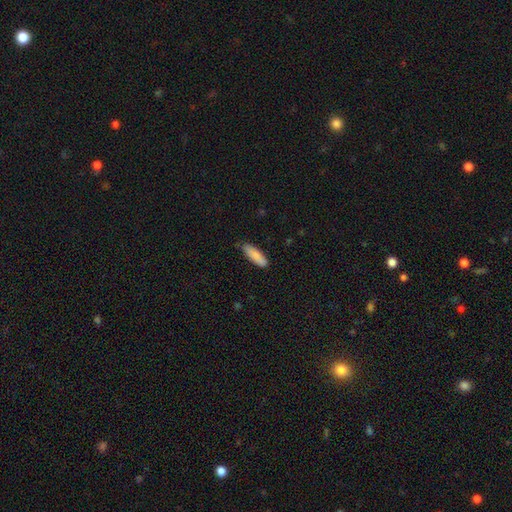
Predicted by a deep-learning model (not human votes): This appears to be a smooth galaxy with no disk features (87%) that is cigar-shaped (49%, tied with in between). Merging: none (79%).